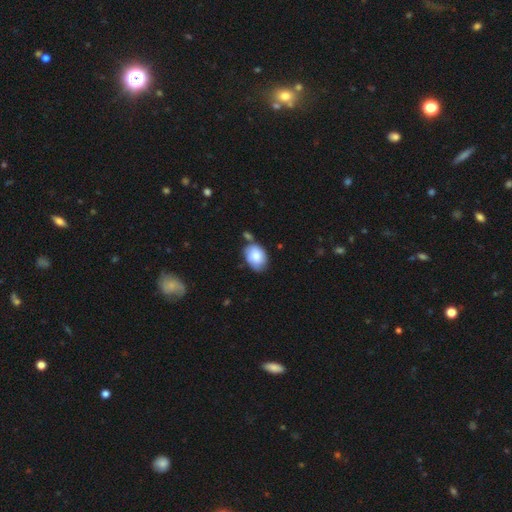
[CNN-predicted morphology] The model was most divided on "merging": none: 58%, minor disturbance: 25%, merger: 12%, major disturbance: 5%. More confident: smooth or featured — smooth (73%); how rounded — in between (71%).